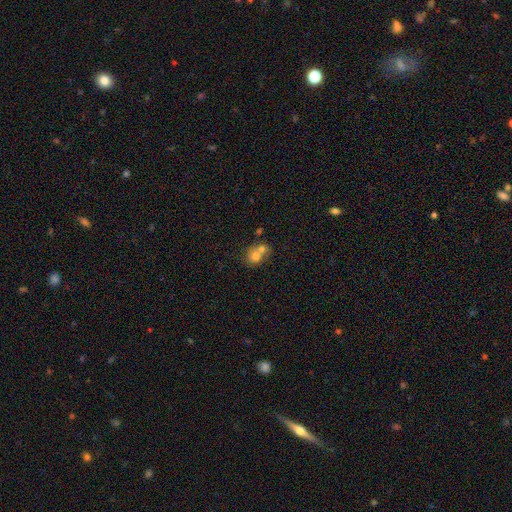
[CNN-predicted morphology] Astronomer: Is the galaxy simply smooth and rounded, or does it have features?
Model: smooth — 70%.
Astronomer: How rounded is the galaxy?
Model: round — 67%.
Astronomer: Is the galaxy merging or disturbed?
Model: merger — 59%.